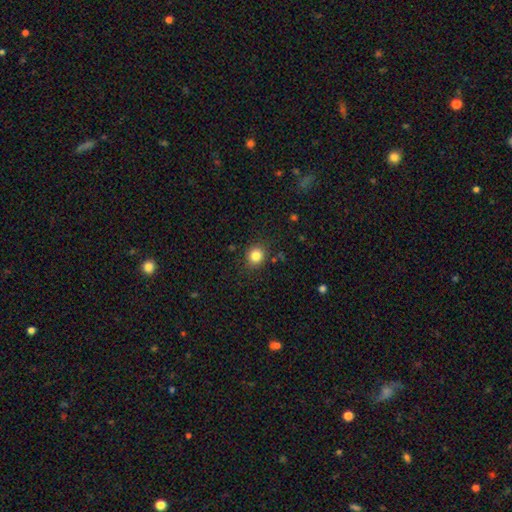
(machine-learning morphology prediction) This appears to be a smooth galaxy with no disk features (83%) that is round (81%). Merging: none (86%).